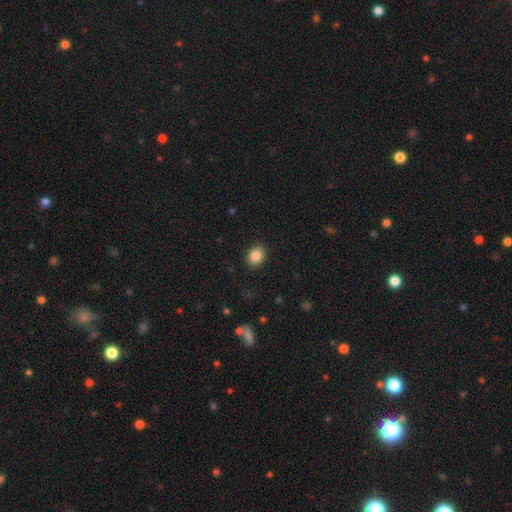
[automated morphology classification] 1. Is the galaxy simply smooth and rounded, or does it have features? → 86% smooth, 9% star or artifact, 5% featured or disk.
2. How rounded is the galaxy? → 52% in between, 47% round, 1% cigar-shaped.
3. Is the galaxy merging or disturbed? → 89% none, 8% minor disturbance, 2% major disturbance, 1% merger.